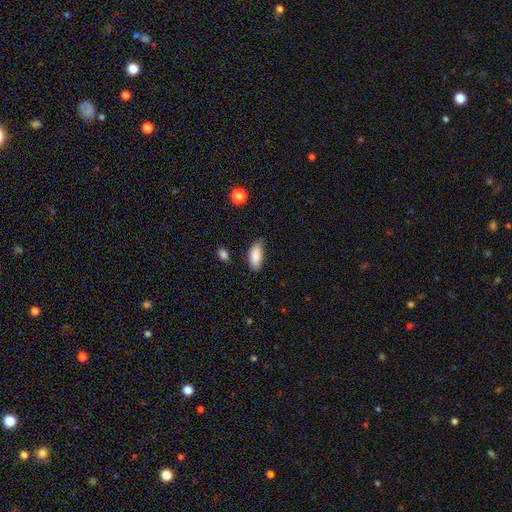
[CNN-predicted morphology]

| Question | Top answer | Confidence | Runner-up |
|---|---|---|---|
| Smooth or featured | smooth | 87% | star or artifact (7%) |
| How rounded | in between | 84% | cigar-shaped (13%) |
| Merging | none | 75% | minor disturbance (20%) |